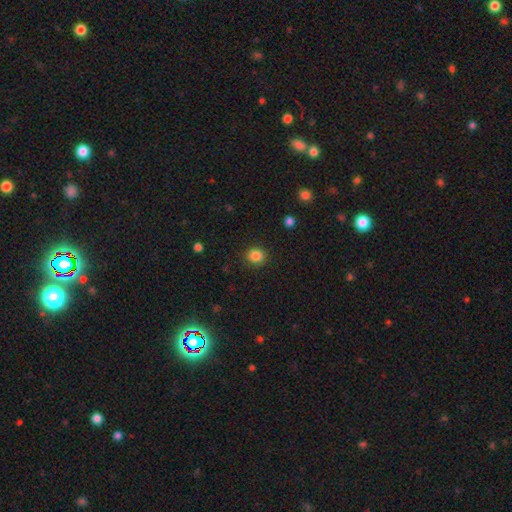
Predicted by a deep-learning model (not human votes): The model was most divided on "how rounded": round: 77%, in between: 22%, cigar-shaped: 1%. More confident: merging — none (89%); smooth or featured — smooth (85%).